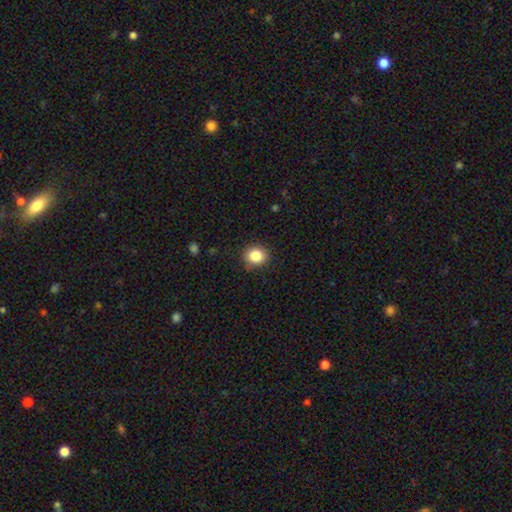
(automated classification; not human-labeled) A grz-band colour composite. It shows a smooth galaxy with no disk features (85%) that is round (81%). Merging: none (85%).